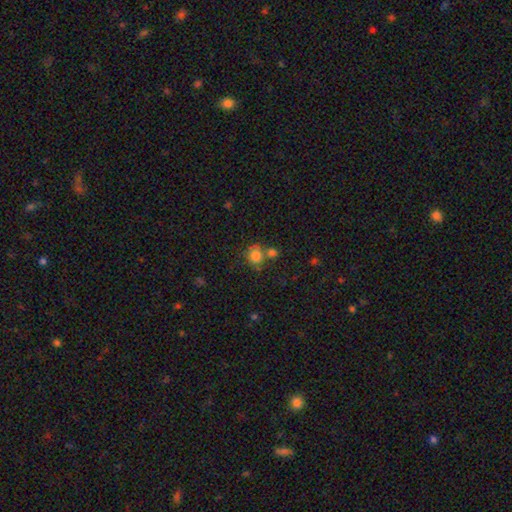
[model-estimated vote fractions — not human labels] This appears to be a smooth galaxy with no disk features (81%) that is round (78%). Merging: none (56%).